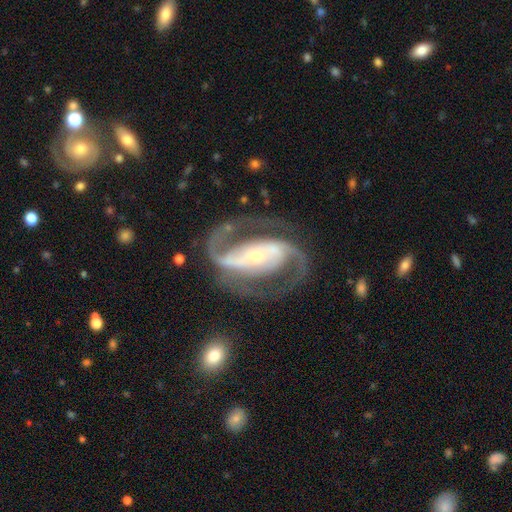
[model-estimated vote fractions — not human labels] A featured or disk galaxy (93%) with a strong bar (59%), 2 (93%) medium (60%) spiral arms (98%) and a small central bulge (63%).

Vote fractions:
- Smooth or featured? featured or disk: 93% / star or artifact: 4% / smooth: 3%
- Edge-on disk? no: 97% / yes: 3%
- Bar? strong: 59% / weak: 23% / no: 18%
- Spiral arms? yes: 98% / no: 2%
- Spiral winding? medium: 60% / tight: 21% / loose: 19%
- Spiral arm count? 2: 93% / can't tell: 2% / 3: 2% / 1: 1% / 4: 1% / more than 4: 1%
- Bulge size? small: 63% / moderate: 31% / large: 4% / dominant: 1% / none: 1%
- Merging? none: 77% / minor disturbance: 11% / major disturbance: 9% / merger: 2%